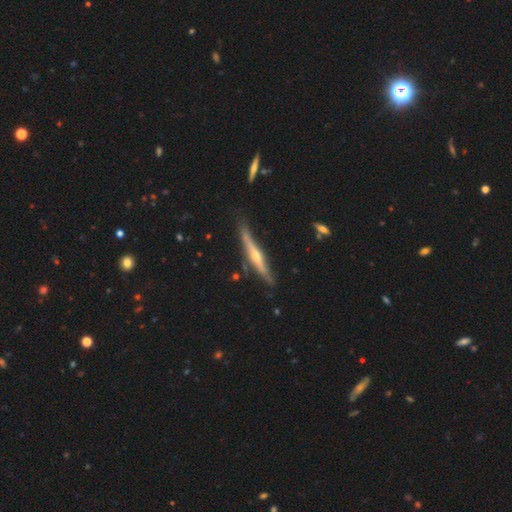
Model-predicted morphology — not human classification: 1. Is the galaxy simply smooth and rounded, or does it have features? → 75% featured or disk, 19% smooth, 6% star or artifact.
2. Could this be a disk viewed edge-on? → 96% yes, 4% no.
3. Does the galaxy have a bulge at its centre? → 81% rounded, 14% none, 5% boxy.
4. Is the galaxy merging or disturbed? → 79% none, 15% minor disturbance, 3% merger, 3% major disturbance.